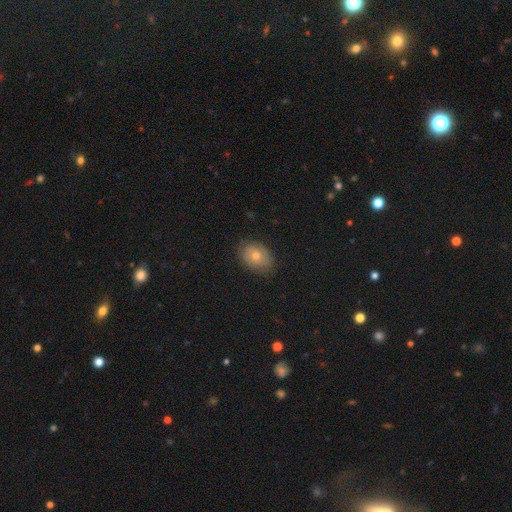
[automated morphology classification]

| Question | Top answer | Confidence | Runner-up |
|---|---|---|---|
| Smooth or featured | smooth | 70% | featured or disk (19%) |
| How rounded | in between | 70% | round (29%) |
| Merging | none | 85% | minor disturbance (12%) |